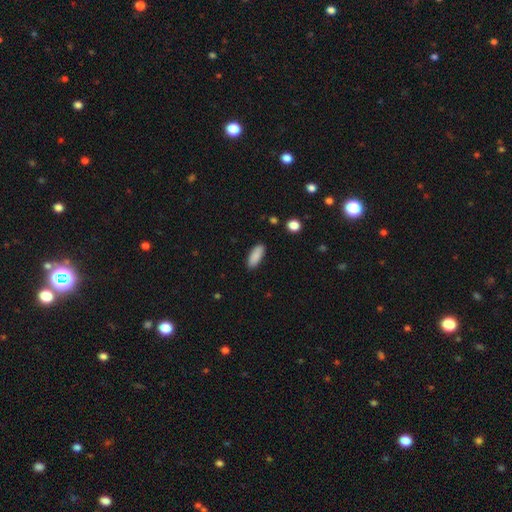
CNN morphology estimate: Q: Smooth or featured?
A: smooth (89%); runner-up: star or artifact (7%)
Q: How rounded?
A: in between (73%); runner-up: cigar-shaped (25%)
Q: Merging?
A: none (89%); runner-up: minor disturbance (8%)